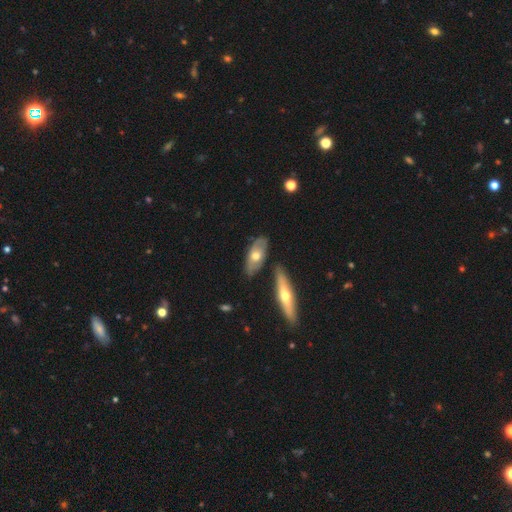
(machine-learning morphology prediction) This appears to be a featured or disk galaxy (48%). Merging: none (73%).